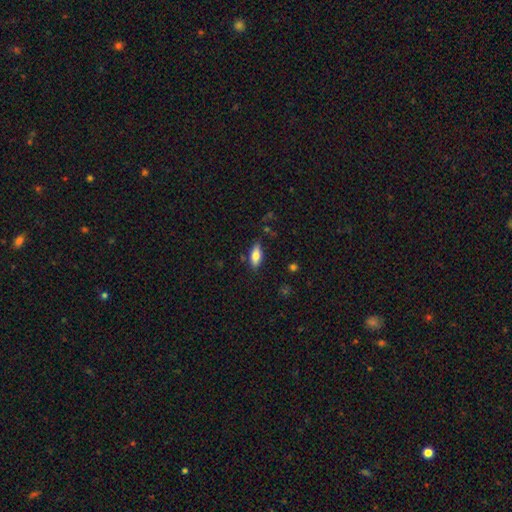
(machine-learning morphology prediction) A smooth galaxy with no disk features (77%) that is in between round and cigar-shaped (80%). Merging: none (82%).